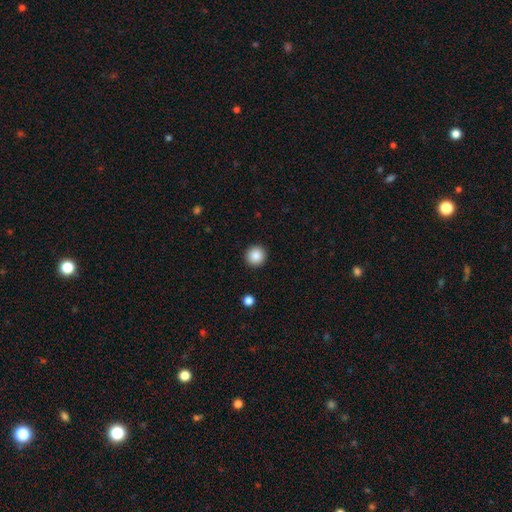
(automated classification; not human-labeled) This appears to be a smooth galaxy with no disk features (87%) that is round (94%). Merging: none (93%).